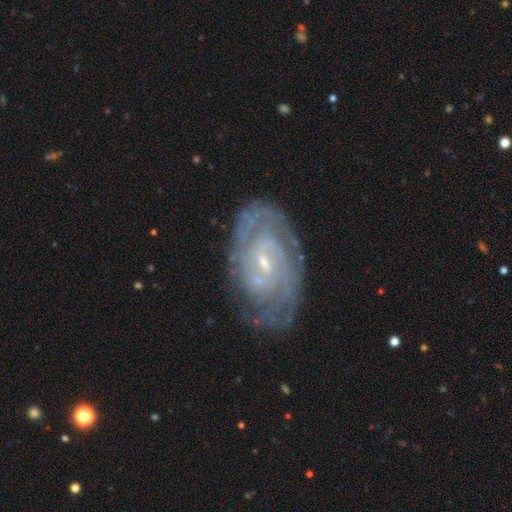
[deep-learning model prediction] A featured or disk galaxy (86%) with no bar (45%), 2 (33%) tight (73%) spiral arms (96%) and a small central bulge (78%).

Vote fractions:
- Smooth or featured? featured or disk: 86% / smooth: 7% / star or artifact: 7%
- Edge-on disk? no: 96% / yes: 4%
- Bar? no: 45% / weak: 42% / strong: 13%
- Spiral arms? yes: 96% / no: 4%
- Spiral winding? tight: 73% / medium: 23% / loose: 4%
- Spiral arm count? 2: 33% / can't tell: 28% / 3: 16% / 4: 10% / more than 4: 7% / 1: 6%
- Bulge size? small: 78% / moderate: 18% / none: 3% / large: 1% / dominant: 1%
- Merging? none: 78% / minor disturbance: 15% / major disturbance: 5% / merger: 2%